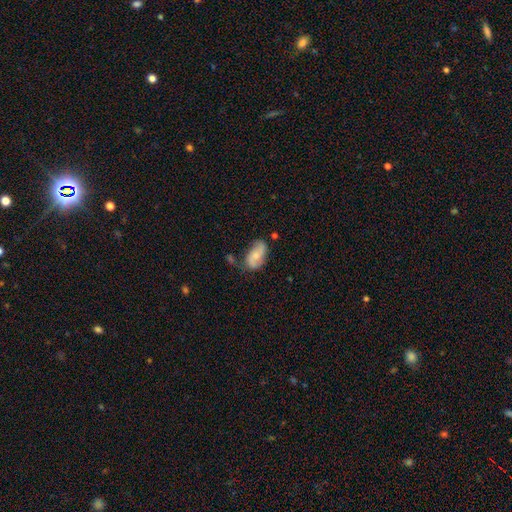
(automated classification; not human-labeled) smooth-or-featured: smooth: 47% | featured or disk: 46% | star or artifact: 7%
  merging: none: 52% | minor disturbance: 30% | major disturbance: 11% | merger: 7%